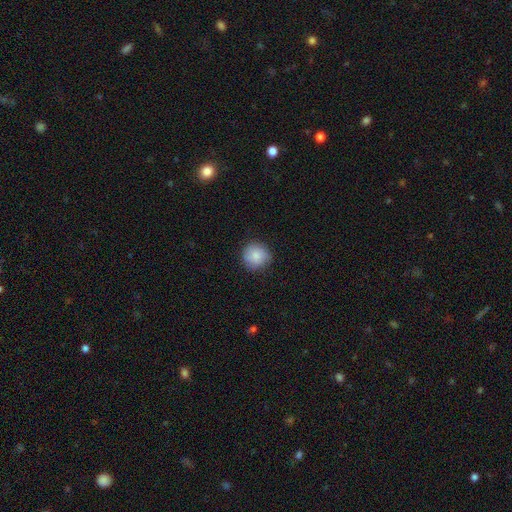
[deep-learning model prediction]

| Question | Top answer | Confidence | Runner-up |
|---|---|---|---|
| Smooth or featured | smooth | 85% | featured or disk (8%) |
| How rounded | round | 92% | in between (7%) |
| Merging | none | 82% | minor disturbance (14%) |